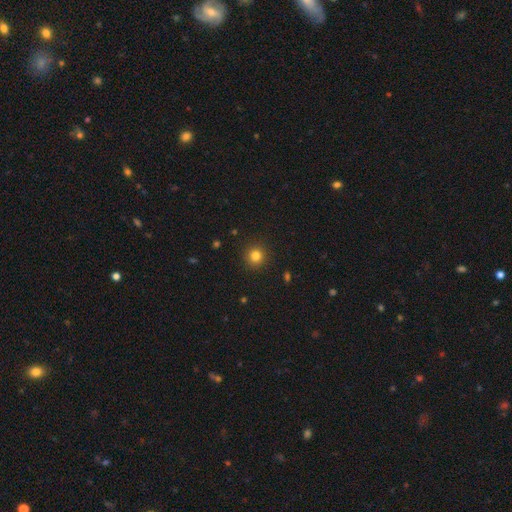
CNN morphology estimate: A smooth galaxy with no disk features (82%) that is round (92%). Merging: none (91%).